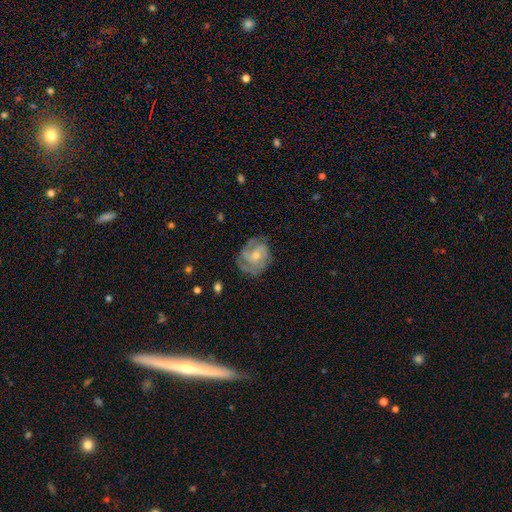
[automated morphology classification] Overall: featured or disk (73%). Edge-on disk: no (98%). Bar: no (69%). Spiral arms: yes (90%). Spiral arm count: 2 (30%; 3 28%). Spiral winding: tight (48%; medium 40%). Bulge size: small (58%; moderate 36%). Merging: none (64%).